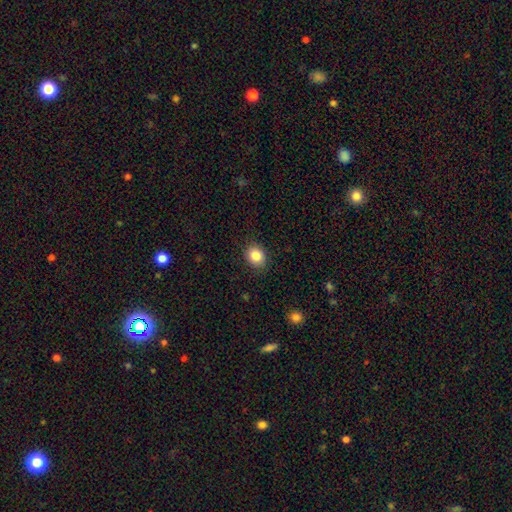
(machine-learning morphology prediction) Smooth or featured? Predicted: smooth (p=0.86). How rounded? Predicted: round (p=0.59). Merging? Predicted: none (p=0.88).